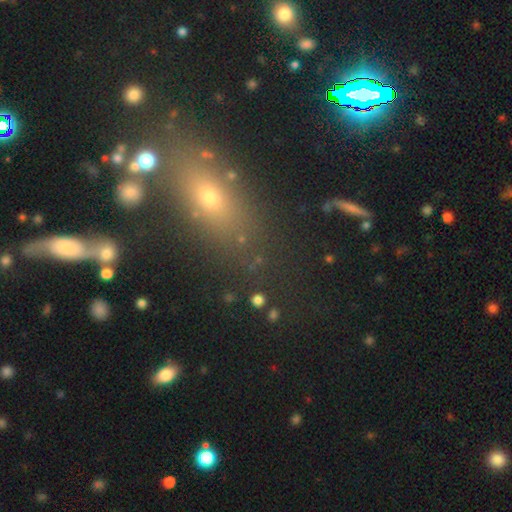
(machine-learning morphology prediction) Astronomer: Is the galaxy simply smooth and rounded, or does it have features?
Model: smooth — 50% (runner-up: star or artifact, 30%).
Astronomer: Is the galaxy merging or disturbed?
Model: none — 75%.